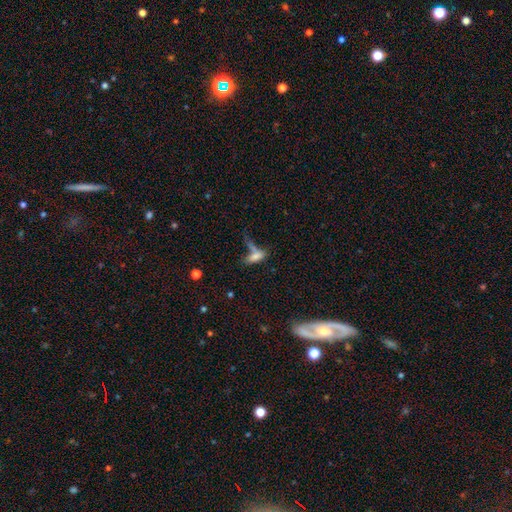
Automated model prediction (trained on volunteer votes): Smooth or featured?
  - smooth: 72% *
  - featured or disk: 17%
  - star or artifact: 11%
How rounded?
  - in between: 64% *
  - cigar-shaped: 32%
  - round: 4%
Merging?
  - merger: 37% *
  - none: 32%
  - major disturbance: 16%
  - minor disturbance: 15%